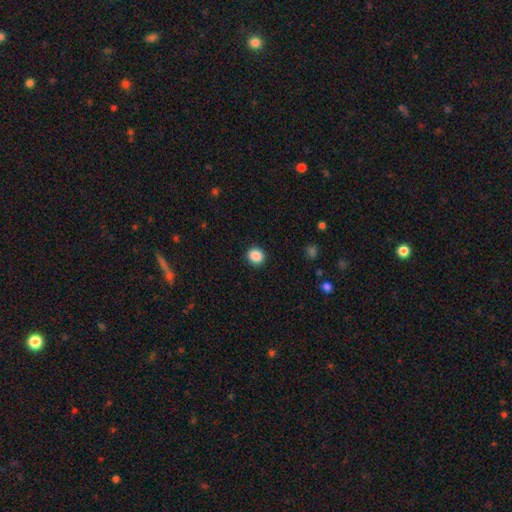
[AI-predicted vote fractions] Q: Smooth or featured?
A: smooth (88%); runner-up: star or artifact (9%)
Q: How rounded?
A: round (83%); runner-up: in between (16%)
Q: Merging?
A: none (92%); runner-up: minor disturbance (6%)